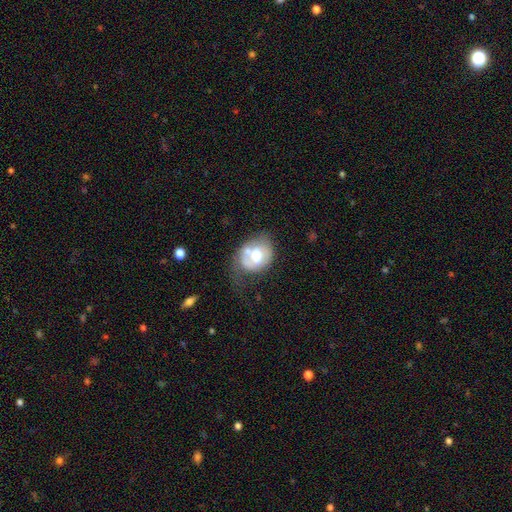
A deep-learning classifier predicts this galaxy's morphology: Smooth or featured?
  - smooth: 48% *
  - featured or disk: 44%
  - star or artifact: 8%
Merging?
  - none: 28% *
  - minor disturbance: 27%
  - major disturbance: 27%
  - merger: 18%